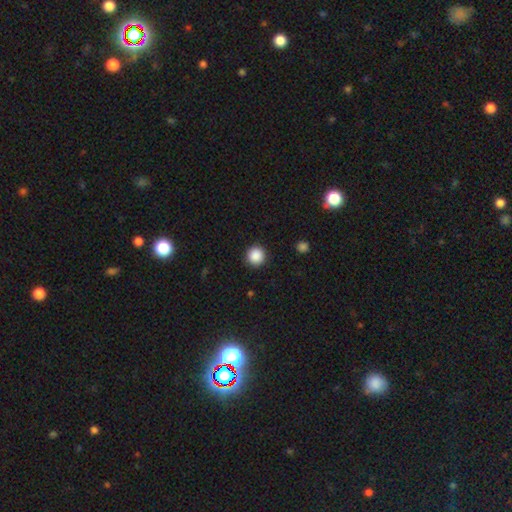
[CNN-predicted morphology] A smooth galaxy with no disk features (88%) that is round (96%).

Vote fractions:
- Smooth or featured? smooth: 88% / star or artifact: 9% / featured or disk: 3%
- How rounded? round: 96% / in between: 3% / cigar-shaped: 1%
- Merging? none: 92% / minor disturbance: 5% / major disturbance: 2% / merger: 1%